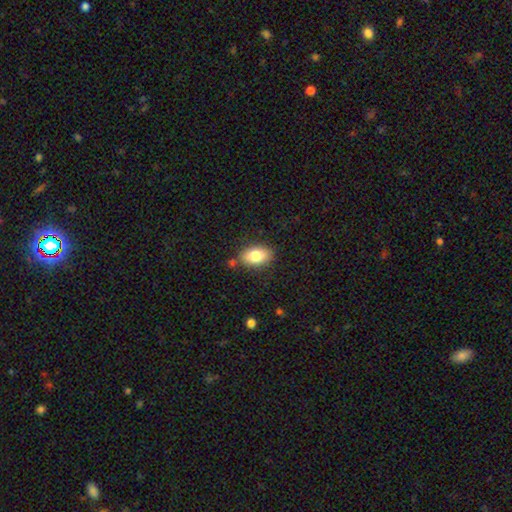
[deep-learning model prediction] A smooth galaxy with no disk features (81%) that is in between round and cigar-shaped (90%).

Vote fractions:
- Smooth or featured? smooth: 81% / featured or disk: 11% / star or artifact: 7%
- How rounded? in between: 90% / round: 8% / cigar-shaped: 2%
- Merging? none: 81% / minor disturbance: 13% / merger: 4% / major disturbance: 3%